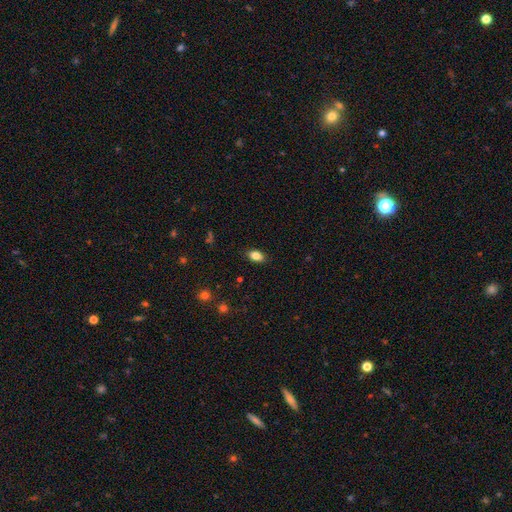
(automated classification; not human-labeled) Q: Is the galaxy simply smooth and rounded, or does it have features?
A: smooth — 84%.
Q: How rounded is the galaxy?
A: in between — 87%.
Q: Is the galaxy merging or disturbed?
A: none — 86%.